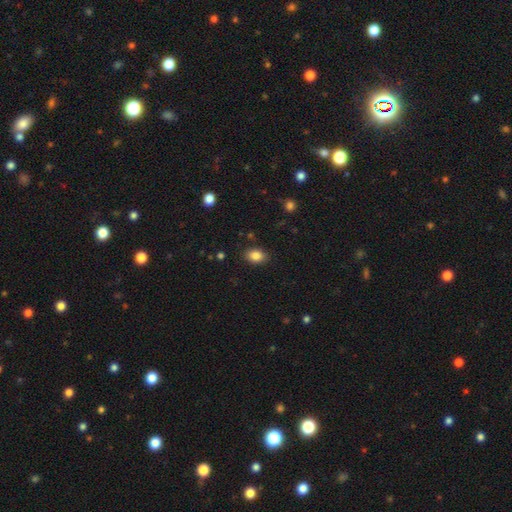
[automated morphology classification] Smooth or featured? smooth (85%)
How rounded? in between (78%)
Merging? none (86%)